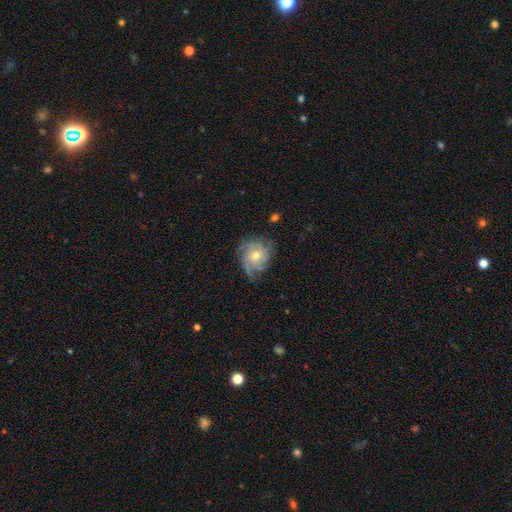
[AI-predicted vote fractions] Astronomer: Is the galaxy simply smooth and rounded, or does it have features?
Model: featured or disk — 74%.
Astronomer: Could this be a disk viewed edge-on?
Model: no — 97%.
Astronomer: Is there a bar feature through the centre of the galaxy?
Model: no — 78%.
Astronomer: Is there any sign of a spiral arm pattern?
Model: yes — 92%.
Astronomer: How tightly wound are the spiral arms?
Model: tight — 57% (runner-up: medium, 32%).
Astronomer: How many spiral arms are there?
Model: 3 — 30% (runner-up: can't tell, 28%).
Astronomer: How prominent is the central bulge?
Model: moderate — 58% (runner-up: small, 38%).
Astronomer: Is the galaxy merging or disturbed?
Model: none — 66%.